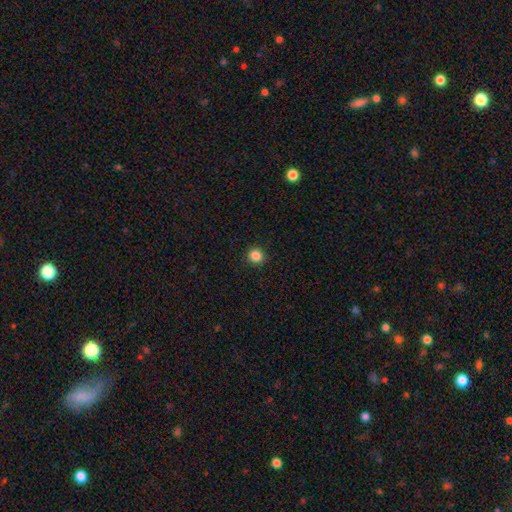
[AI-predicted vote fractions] The model was most divided on "smooth or featured": smooth: 85%, star or artifact: 11%, featured or disk: 4%. More confident: how rounded — round (93%); merging — none (92%).